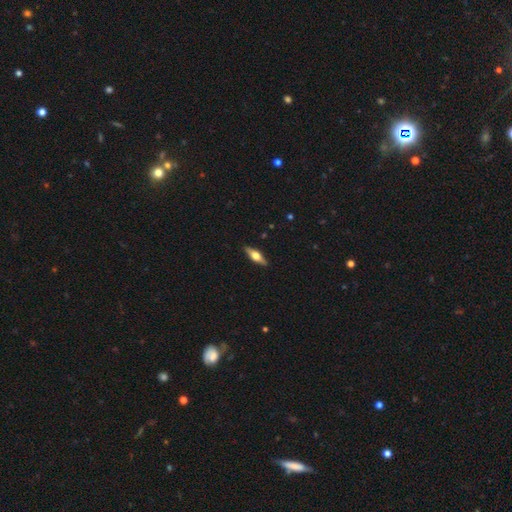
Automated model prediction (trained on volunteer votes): smooth_or_featured: featured or disk (p=0.58) [alt: smooth p=0.36]
disk_edge_on: yes (p=0.94) [alt: no p=0.06]
edge_on_bulge: rounded (p=0.93) [alt: boxy p=0.05]
merging: none (p=0.89) [alt: minor disturbance p=0.08]